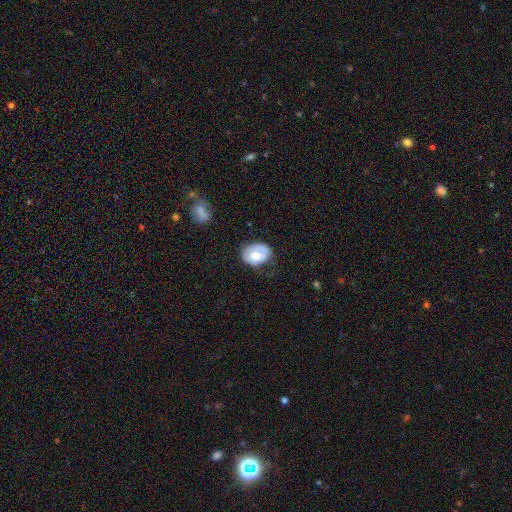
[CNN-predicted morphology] Smooth or featured: smooth — 59% (featured or disk — 34%)
How rounded: in between — 61% (round — 38%)
Merging: none — 46% (minor disturbance — 36%)